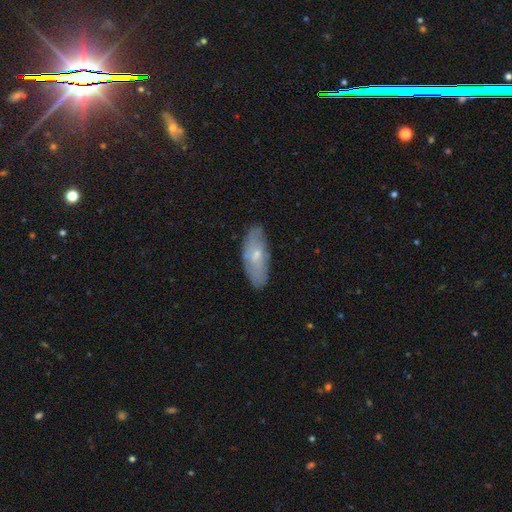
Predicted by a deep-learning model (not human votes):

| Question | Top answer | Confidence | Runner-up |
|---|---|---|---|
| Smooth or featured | smooth | 55% | featured or disk (38%) |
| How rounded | in between | 77% | cigar-shaped (21%) |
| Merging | none | 79% | minor disturbance (16%) |